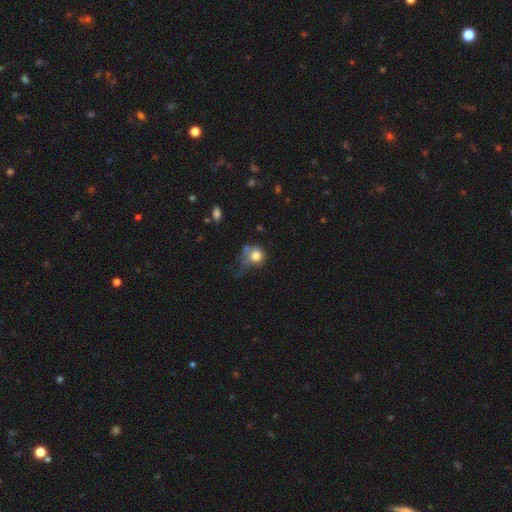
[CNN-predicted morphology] Smooth or featured?
  - smooth: 75% *
  - featured or disk: 15%
  - star or artifact: 11%
How rounded?
  - round: 73% *
  - in between: 26%
  - cigar-shaped: 1%
Merging?
  - major disturbance: 31% *
  - none: 30%
  - minor disturbance: 27%
  - merger: 12%